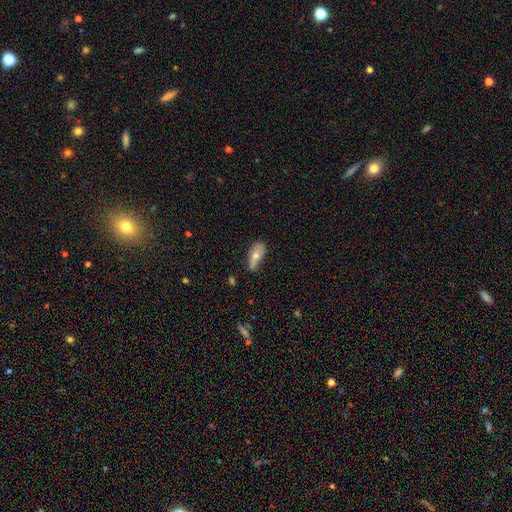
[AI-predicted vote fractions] Smooth or featured: smooth — 55% (featured or disk — 37%)
How rounded: in between — 72% (cigar-shaped — 23%)
Merging: none — 51% (minor disturbance — 35%)